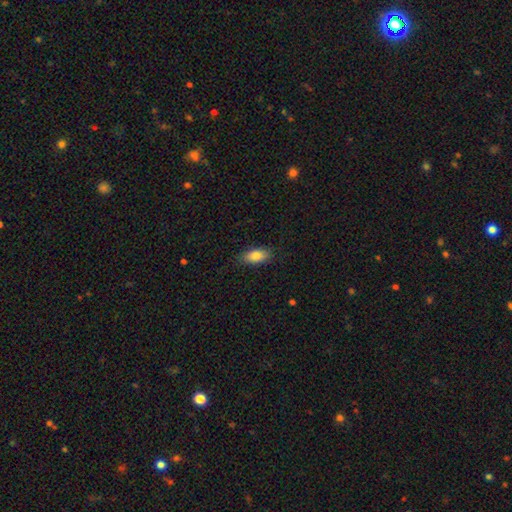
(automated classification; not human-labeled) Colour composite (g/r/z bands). It shows a smooth galaxy with no disk features (85%) that is in between round and cigar-shaped (88%). Merging: none (84%).